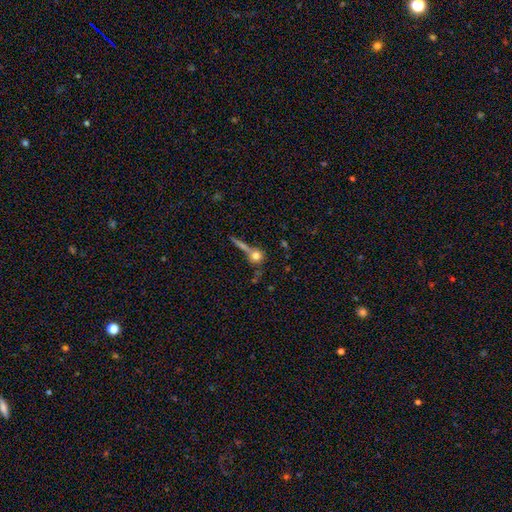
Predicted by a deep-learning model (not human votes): Morphology: type=smooth (66%); roundness=round (82%); merging=none (56%).